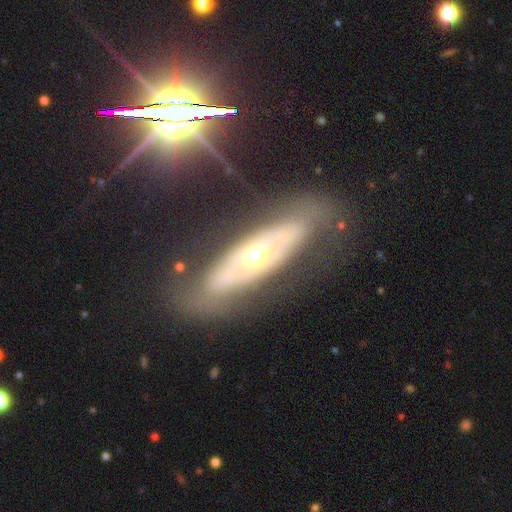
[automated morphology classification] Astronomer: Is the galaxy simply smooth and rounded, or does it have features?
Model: featured or disk — 67%.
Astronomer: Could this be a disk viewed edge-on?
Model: no — 70%.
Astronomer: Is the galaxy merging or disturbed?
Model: none — 74%.